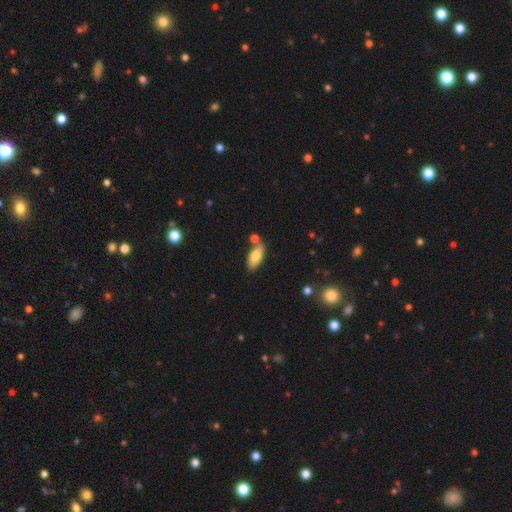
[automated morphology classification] This appears to be a smooth galaxy with no disk features (78%) that is in between round and cigar-shaped (85%). Merging: none (69%).